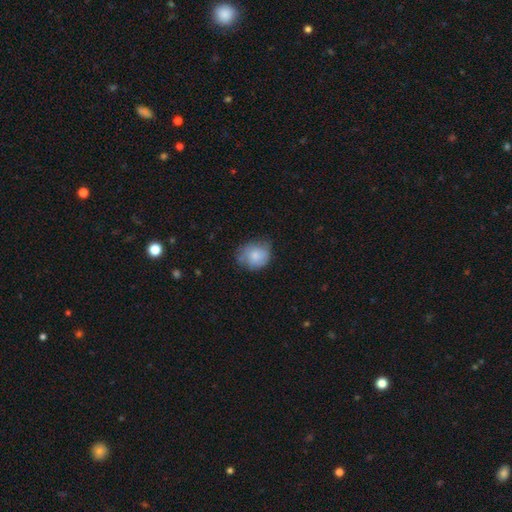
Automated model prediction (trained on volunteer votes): smooth_or_featured: smooth (p=0.77) [alt: featured or disk p=0.16]
how_rounded: round (p=0.67) [alt: in between p=0.32]
merging: none (p=0.58) [alt: minor disturbance p=0.32]